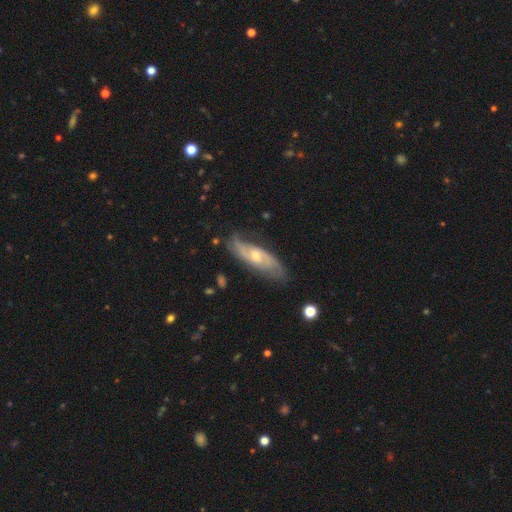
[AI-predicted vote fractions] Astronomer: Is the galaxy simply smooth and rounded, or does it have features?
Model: featured or disk — 75%.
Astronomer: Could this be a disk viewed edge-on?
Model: no — 79%.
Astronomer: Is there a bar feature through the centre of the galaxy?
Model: no — 60%.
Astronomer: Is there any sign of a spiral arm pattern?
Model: yes — 90%.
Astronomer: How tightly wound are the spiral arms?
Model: medium — 41% (runner-up: tight, 31%).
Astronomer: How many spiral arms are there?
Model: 2 — 66%.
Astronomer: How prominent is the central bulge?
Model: moderate — 55% (runner-up: small, 40%).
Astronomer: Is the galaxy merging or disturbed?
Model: none — 71%.